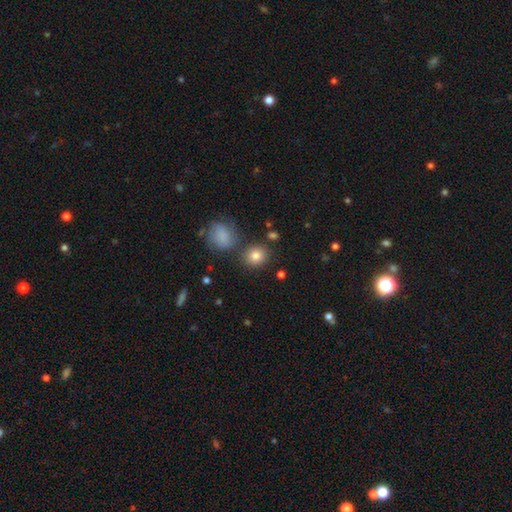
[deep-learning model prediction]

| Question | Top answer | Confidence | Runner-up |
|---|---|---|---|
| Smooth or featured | smooth | 82% | star or artifact (11%) |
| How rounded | round | 82% | in between (17%) |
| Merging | none | 79% | minor disturbance (9%) |